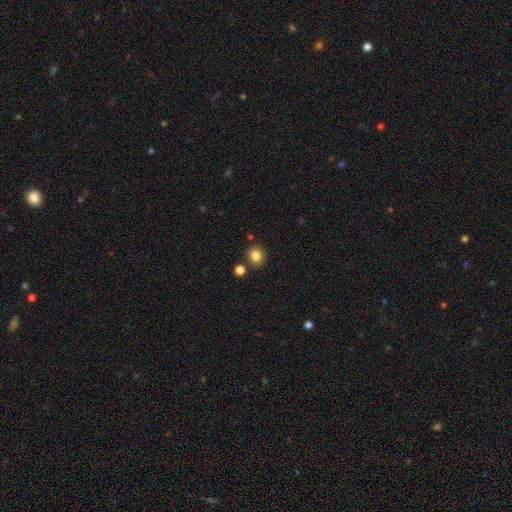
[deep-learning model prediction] A smooth galaxy with no disk features (84%) that is round (76%).

Vote fractions:
- Smooth or featured? smooth: 84% / star or artifact: 11% / featured or disk: 5%
- How rounded? round: 76% / in between: 23% / cigar-shaped: 1%
- Merging? none: 82% / minor disturbance: 9% / merger: 7% / major disturbance: 2%